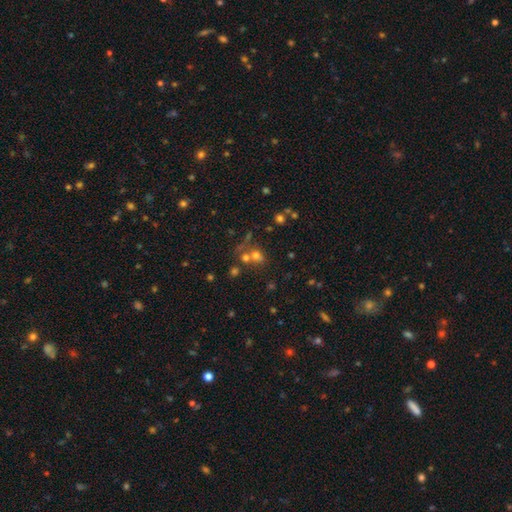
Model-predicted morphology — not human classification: Q: Smooth or featured?
A: smooth (59%); runner-up: star or artifact (24%)
Q: How rounded?
A: round (69%); runner-up: in between (30%)
Q: Merging?
A: merger (45%); runner-up: none (39%)